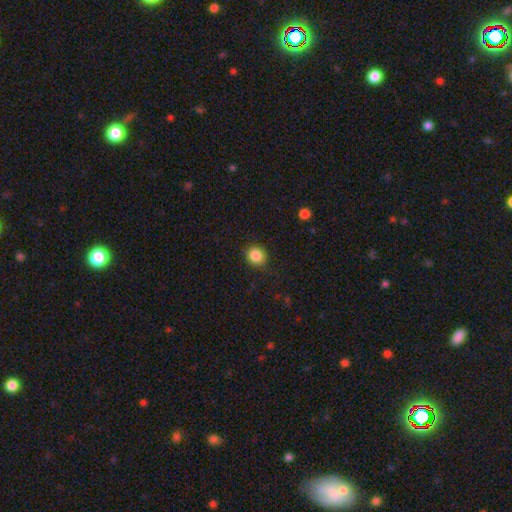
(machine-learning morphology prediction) This is clearly a smooth galaxy (86%). How rounded: clearly round (81%). Merging: clearly none (86%).